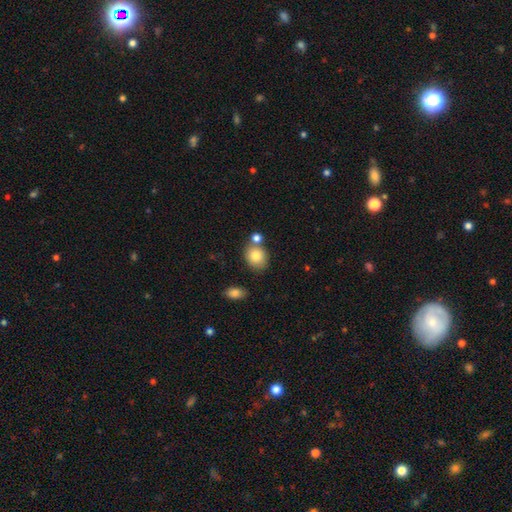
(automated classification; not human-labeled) This appears to be a smooth galaxy with no disk features (81%) that is round (62%). Merging: none (63%).